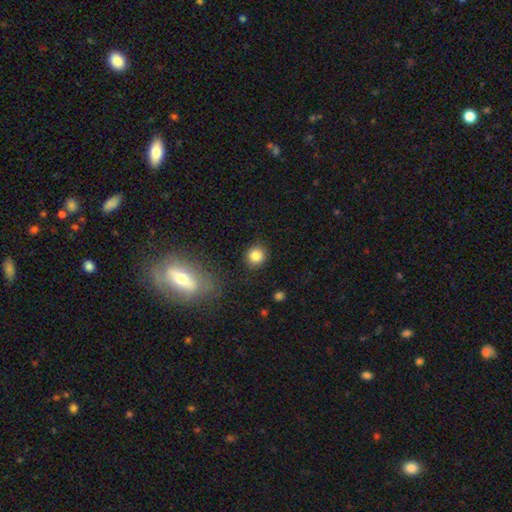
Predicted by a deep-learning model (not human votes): This appears to be a smooth galaxy with no disk features (84%) that is round (89%). Merging: none (87%).